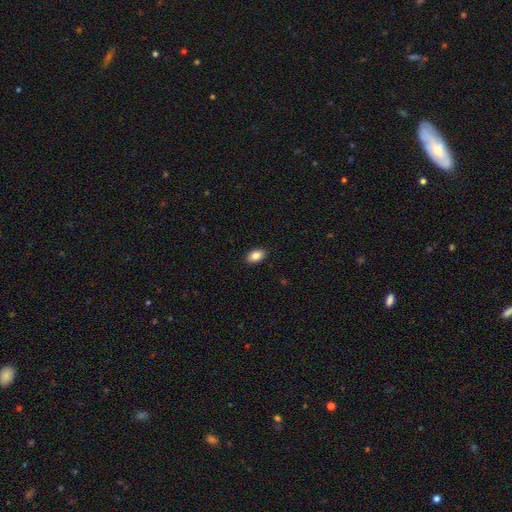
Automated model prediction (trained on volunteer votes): Smooth or featured? smooth (87%)
How rounded? in between (91%)
Merging? none (90%)